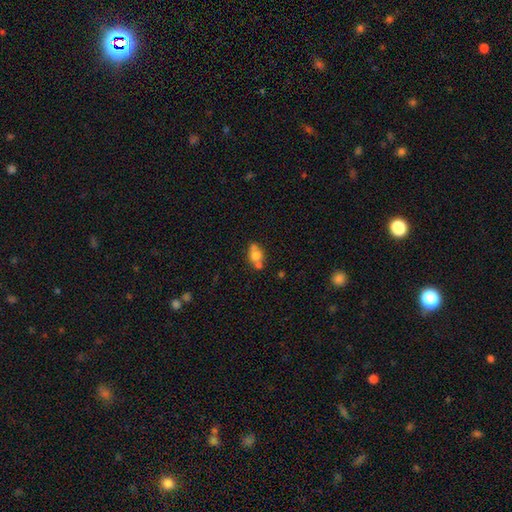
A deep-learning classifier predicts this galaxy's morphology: Smooth or featured? smooth (66%)
How rounded? in between (59%)
Merging? none (41%)